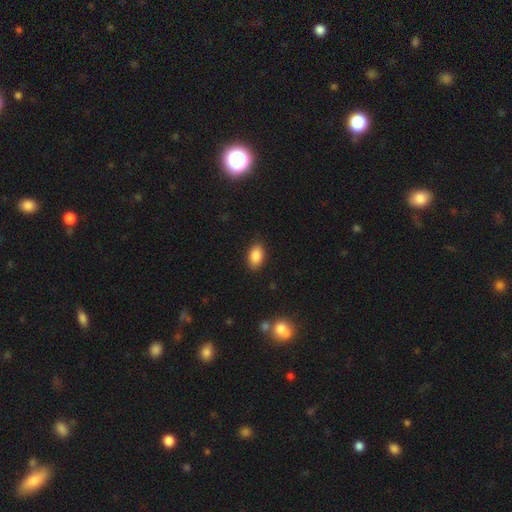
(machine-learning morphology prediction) Overall: smooth (87%). How rounded: in between (91%). Merging: none (87%).